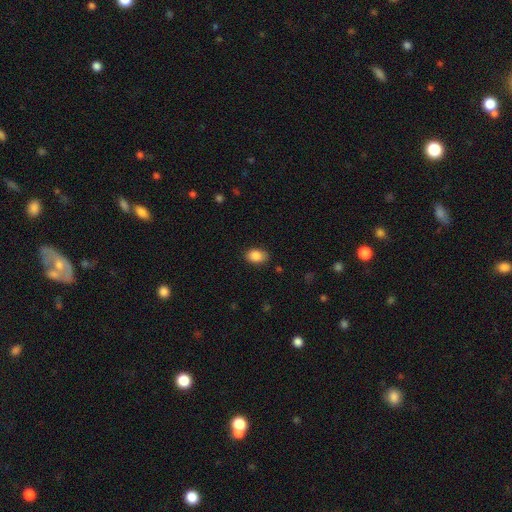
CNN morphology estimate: Smooth or featured?
  - smooth: 87% *
  - star or artifact: 8%
  - featured or disk: 5%
How rounded?
  - in between: 84% *
  - round: 15%
  - cigar-shaped: 1%
Merging?
  - none: 83% *
  - minor disturbance: 14%
  - major disturbance: 3%
  - merger: 1%